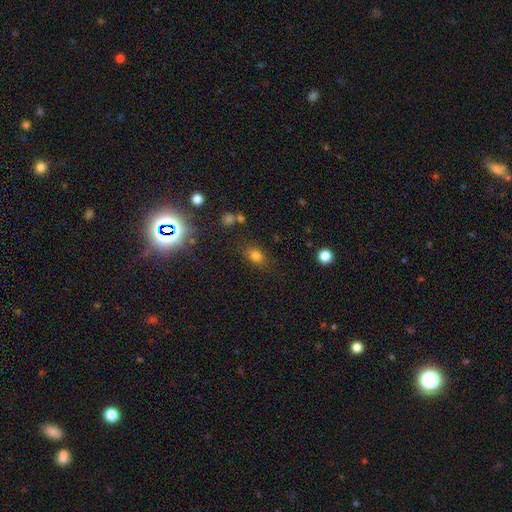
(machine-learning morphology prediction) smooth-or-featured: smooth: 75% | star or artifact: 17% | featured or disk: 8%
  how-rounded: in between: 59% | round: 38% | cigar-shaped: 2%
  merging: none: 77% | minor disturbance: 14% | major disturbance: 5% | merger: 4%